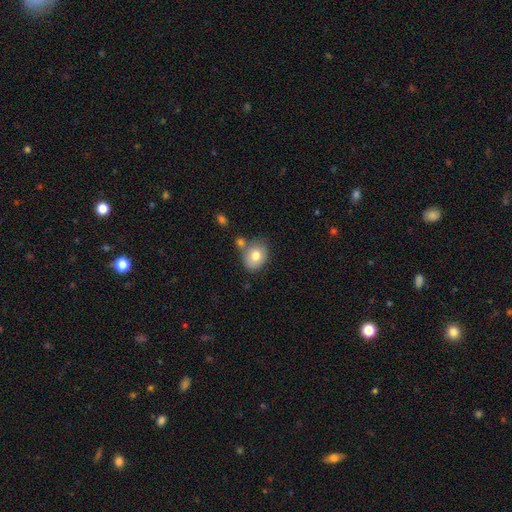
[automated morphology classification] smooth_or_featured: smooth (p=0.76) [alt: featured or disk p=0.16]
how_rounded: in between (p=0.57) [alt: round p=0.42]
merging: none (p=0.57) [alt: merger p=0.20]